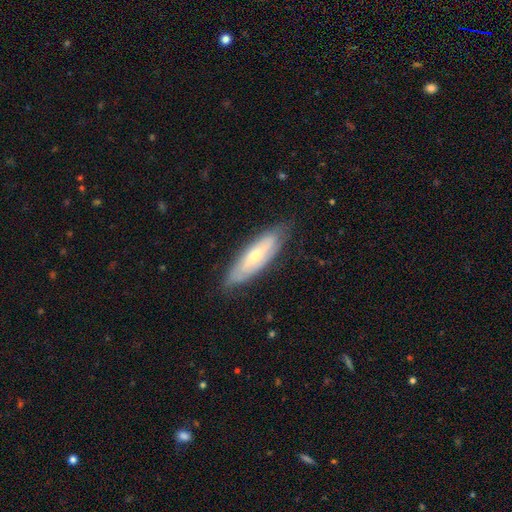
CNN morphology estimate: The model was most divided on "smooth or featured": featured or disk: 50%, smooth: 43%, star or artifact: 6%. More confident: merging — none (78%); edge-on disk — no (61%).